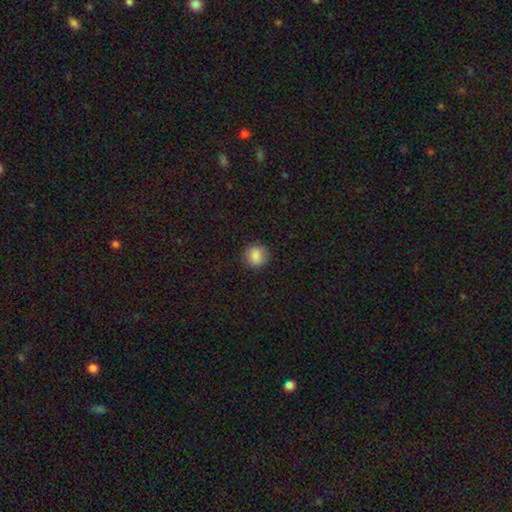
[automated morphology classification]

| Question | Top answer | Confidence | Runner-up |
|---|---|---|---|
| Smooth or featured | smooth | 87% | star or artifact (9%) |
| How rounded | round | 91% | in between (8%) |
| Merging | none | 89% | minor disturbance (8%) |